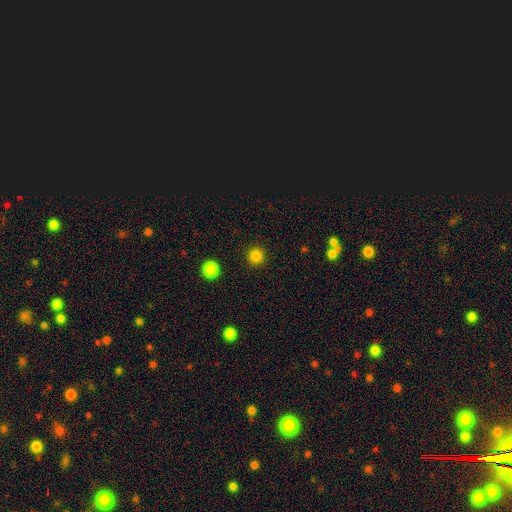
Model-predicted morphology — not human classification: smooth_or_featured: smooth (p=0.84) [alt: star or artifact p=0.13]
how_rounded: round (p=0.95) [alt: in between p=0.04]
merging: none (p=0.92) [alt: minor disturbance p=0.05]